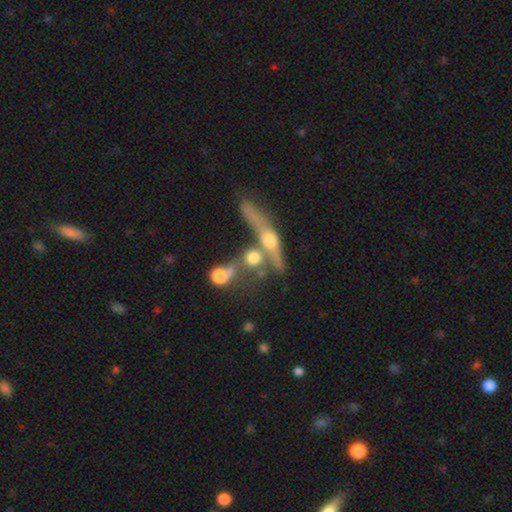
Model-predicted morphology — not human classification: Overall: featured or disk (62%; smooth 25%). Edge-on disk: yes (77%). Merging: none (41%; merger 39%).